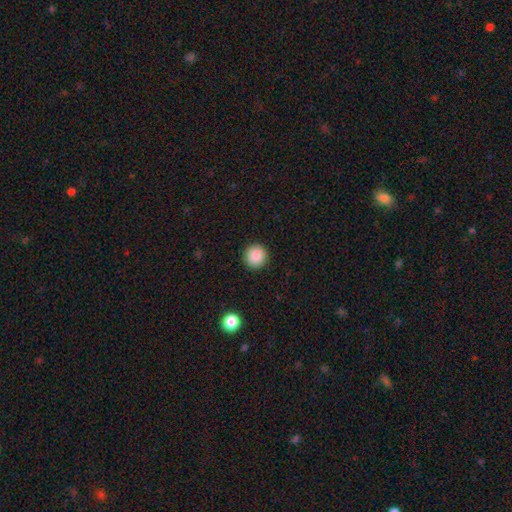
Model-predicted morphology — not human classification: A smooth galaxy with no disk features (88%) that is round (95%). Merging: none (92%).